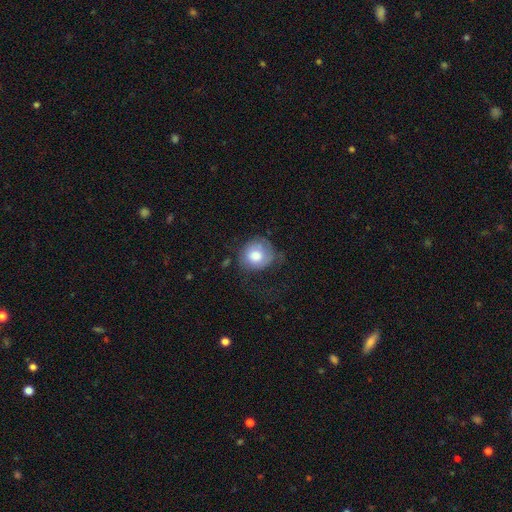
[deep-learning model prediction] Morphology: type=smooth (72%); roundness=round (84%); merging=none (50%).